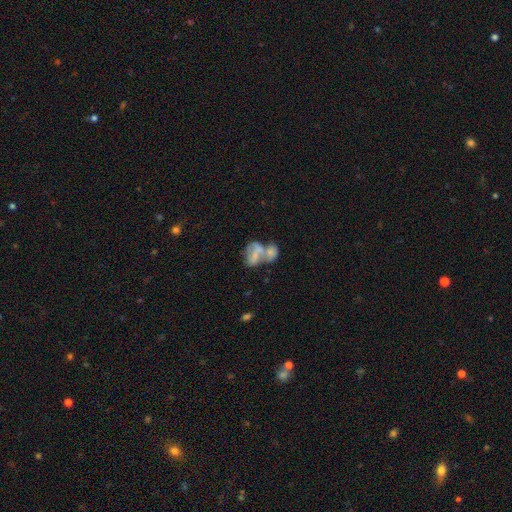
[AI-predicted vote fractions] Smooth or featured? Predicted: smooth (p=0.46). Merging? Predicted: merger (p=0.67).